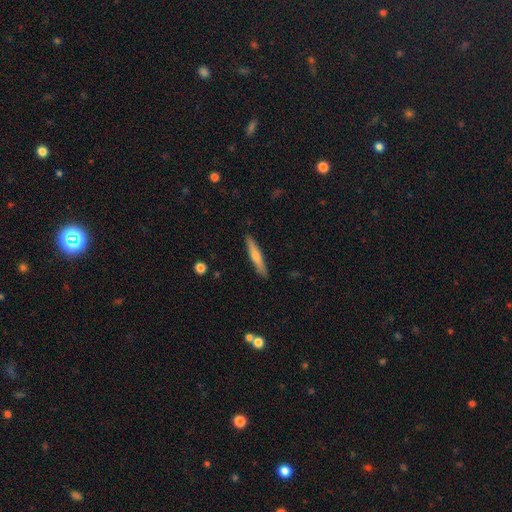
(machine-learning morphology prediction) This is possibly a smooth galaxy (50%). How rounded: clearly cigar-shaped (91%). Merging: clearly none (91%).